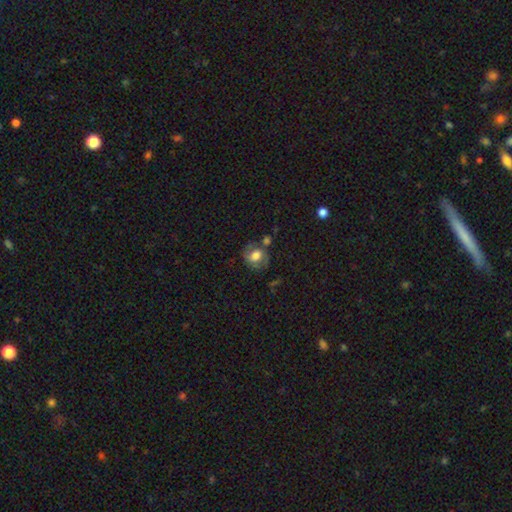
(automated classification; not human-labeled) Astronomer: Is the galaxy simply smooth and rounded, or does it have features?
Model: smooth — 66%.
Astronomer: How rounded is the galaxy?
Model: round — 62%.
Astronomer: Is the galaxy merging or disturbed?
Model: none — 57%.